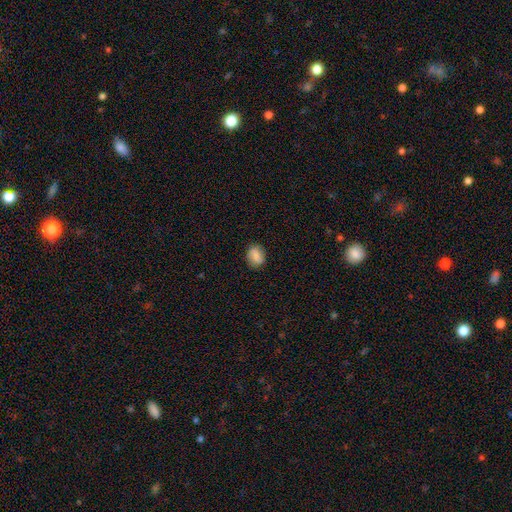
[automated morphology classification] A smooth galaxy with no disk features (81%) that is in between round and cigar-shaped (61%). Merging: none (84%).